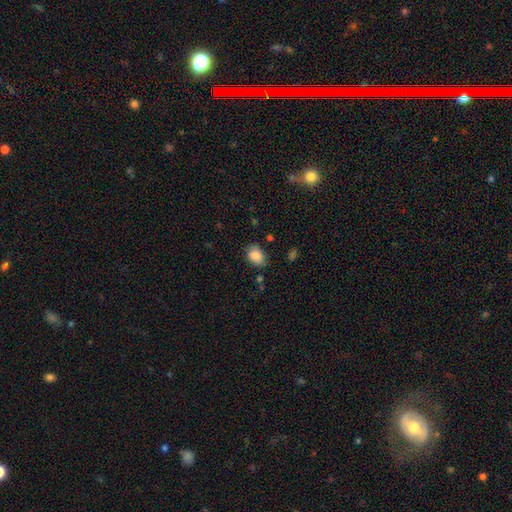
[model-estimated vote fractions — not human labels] Q: Smooth or featured?
A: smooth (87%); runner-up: star or artifact (8%)
Q: How rounded?
A: in between (73%); runner-up: round (26%)
Q: Merging?
A: none (70%); runner-up: minor disturbance (23%)